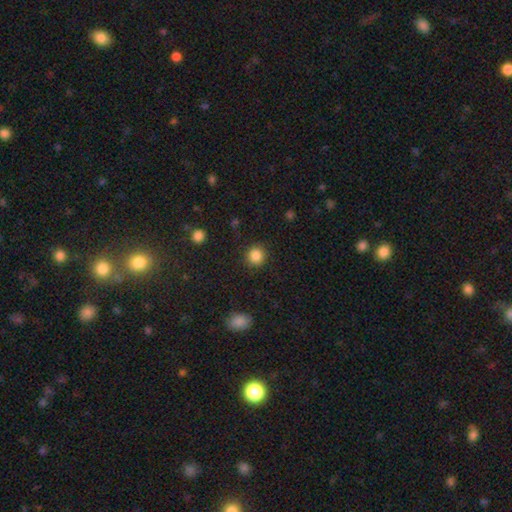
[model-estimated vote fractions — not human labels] smooth 85%, star or artifact 10%, featured or disk 4%. Down the decision tree: how rounded — round (91%); merging — none (90%).